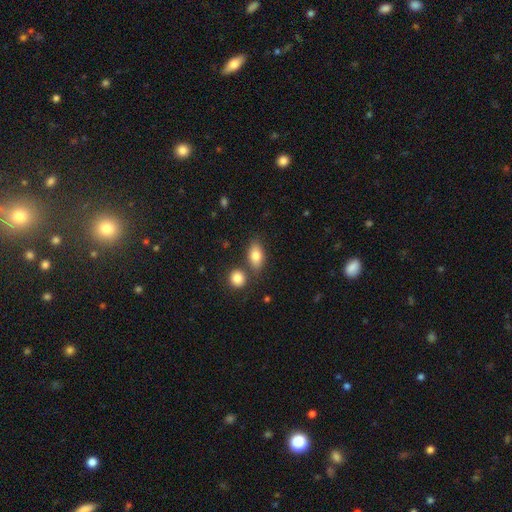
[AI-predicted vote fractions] The model was most divided on "merging": none: 69%, merger: 16%, minor disturbance: 12%, major disturbance: 3%. More confident: how rounded — in between (86%); smooth or featured — smooth (80%).